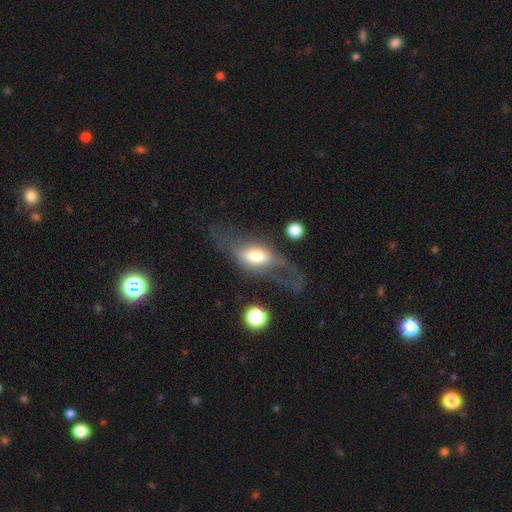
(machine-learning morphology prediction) Smooth or featured: featured or disk — 50% (smooth — 42%)
Merging: none — 43% (major disturbance — 34%)